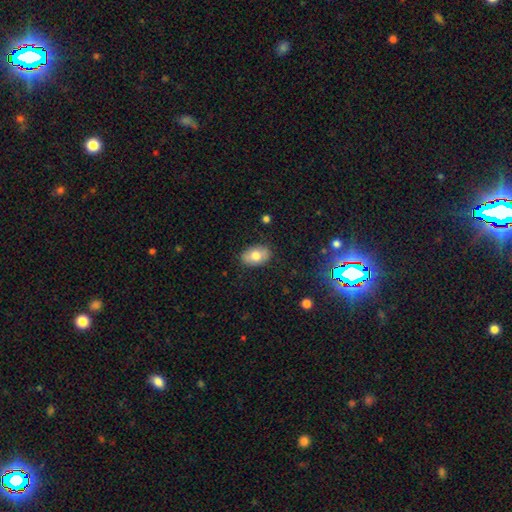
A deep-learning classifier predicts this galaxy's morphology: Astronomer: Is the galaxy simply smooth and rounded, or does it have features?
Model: smooth — 74%.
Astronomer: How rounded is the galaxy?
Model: in between — 87%.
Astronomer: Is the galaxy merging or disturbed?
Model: none — 84%.